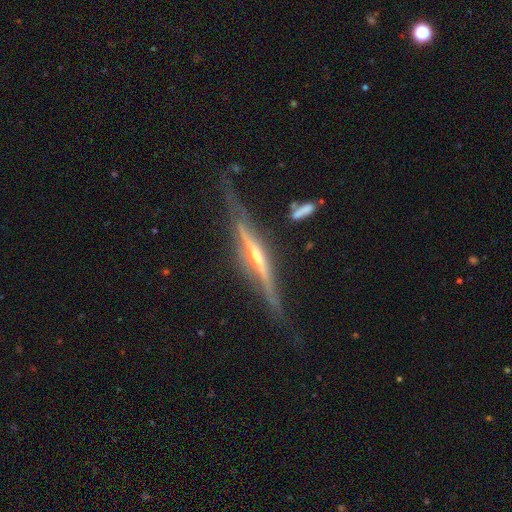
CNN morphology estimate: This appears to be a featured or disk galaxy (86%) viewed edge-on (96%) with a rounded central bulge (71%). Merging: none (75%).